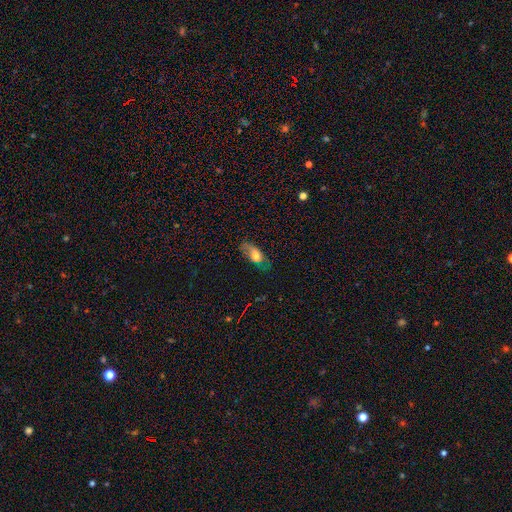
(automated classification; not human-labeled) smooth_or_featured: smooth (p=0.57) [alt: featured or disk p=0.34]
how_rounded: in between (p=0.84) [alt: cigar-shaped p=0.10]
merging: none (p=0.55) [alt: minor disturbance p=0.27]